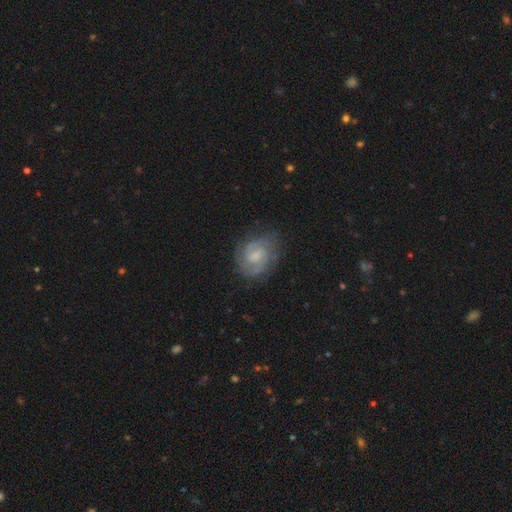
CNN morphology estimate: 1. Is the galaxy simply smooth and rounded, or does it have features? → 76% featured or disk, 18% smooth, 7% star or artifact.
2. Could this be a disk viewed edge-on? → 98% no, 2% yes.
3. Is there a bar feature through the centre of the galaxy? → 50% weak, 43% no, 8% strong.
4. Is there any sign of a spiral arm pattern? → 93% yes, 7% no.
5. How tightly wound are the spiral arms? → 44% tight (tied), 44% medium (tied), 12% loose.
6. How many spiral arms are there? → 67% 2, 16% can't tell, 9% 3, 3% 1, 2% 4, 2% more than 4.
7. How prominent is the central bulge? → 39% small, 36% moderate, 18% none, 5% large, 1% dominant.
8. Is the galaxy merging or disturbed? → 71% none, 19% minor disturbance, 8% major disturbance, 1% merger.